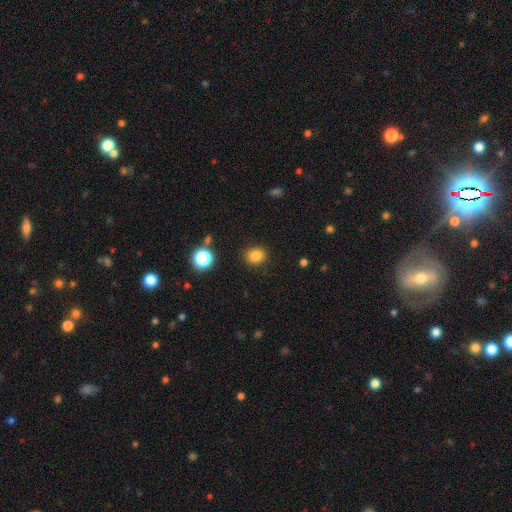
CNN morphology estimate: Overall: smooth (83%). How rounded: round (72%). Merging: none (88%).